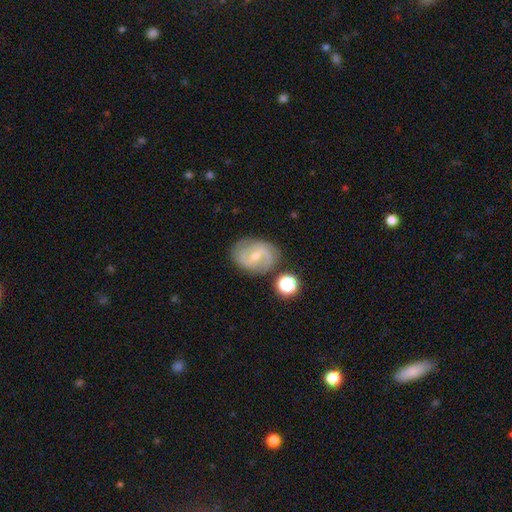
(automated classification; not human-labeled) Smooth or featured? Predicted: featured or disk (p=0.75). Edge-on disk? Predicted: no (p=0.96). Bar? Predicted: weak (p=0.52). Spiral arms? Predicted: yes (p=0.87). Spiral winding? Predicted: medium (p=0.47). Spiral arm count? Predicted: 2 (p=0.79). Bulge size? Predicted: small (p=0.54). Merging? Predicted: none (p=0.75).